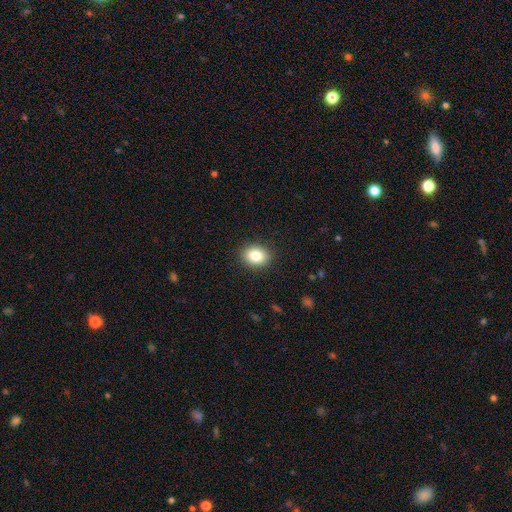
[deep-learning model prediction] Smooth or featured? Predicted: smooth (p=0.84). How rounded? Predicted: in between (p=0.55). Merging? Predicted: none (p=0.90).